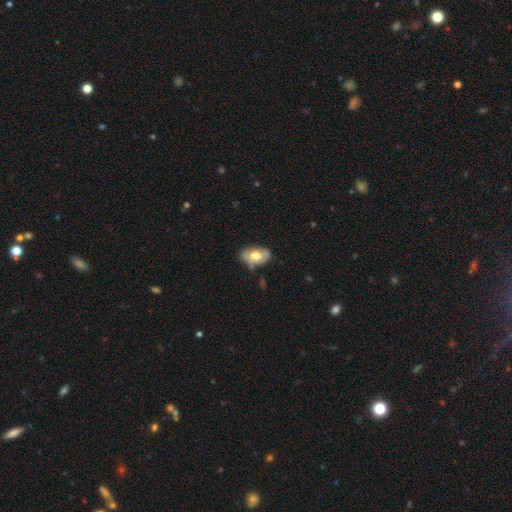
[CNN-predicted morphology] Smooth or featured? Predicted: smooth (p=0.58). How rounded? Predicted: in between (p=0.89). Merging? Predicted: none (p=0.67).